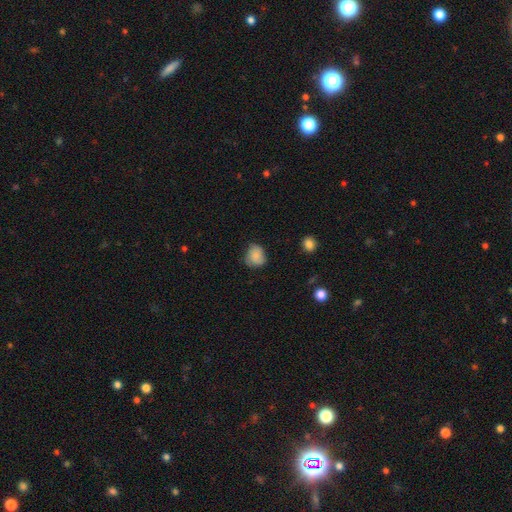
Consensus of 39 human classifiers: Q: Smooth or featured?
A: smooth (74%); runner-up: featured or disk (18%)
Q: How rounded?
A: round (69%); runner-up: in between (31%)
Q: Merging?
A: none (61%); runner-up: minor disturbance (33%)